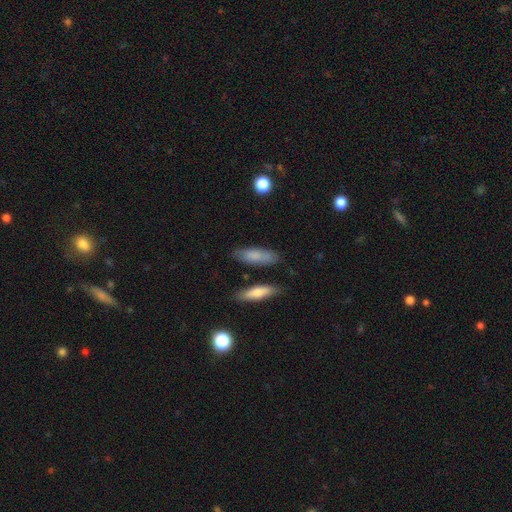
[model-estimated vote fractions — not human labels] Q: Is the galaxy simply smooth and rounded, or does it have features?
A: smooth — 76%.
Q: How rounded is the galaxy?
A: in between — 54%.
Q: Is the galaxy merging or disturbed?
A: none — 77%.